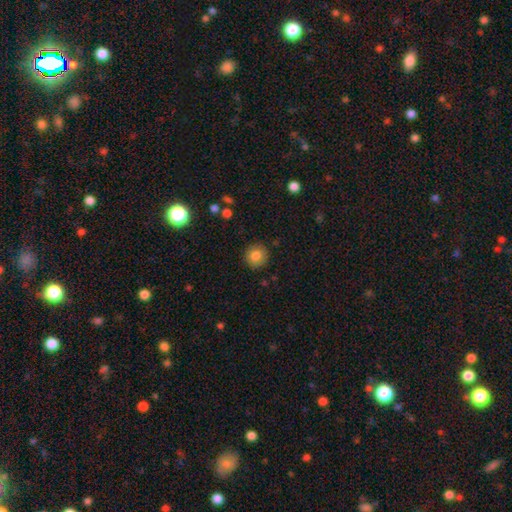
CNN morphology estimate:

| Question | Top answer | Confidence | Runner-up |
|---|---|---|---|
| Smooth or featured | smooth | 82% | star or artifact (10%) |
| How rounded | round | 91% | in between (8%) |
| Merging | none | 89% | minor disturbance (8%) |